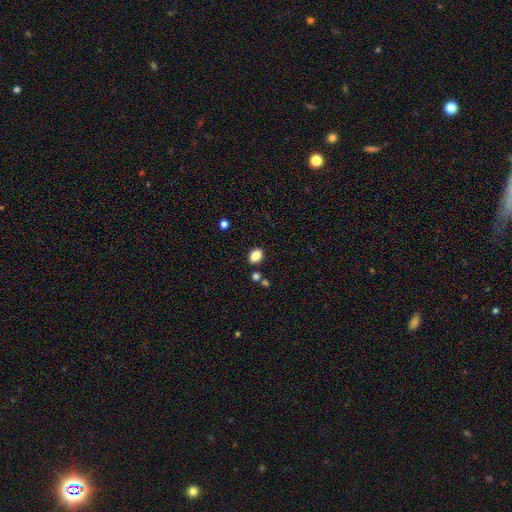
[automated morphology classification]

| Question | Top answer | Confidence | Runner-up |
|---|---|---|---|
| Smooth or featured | smooth | 86% | star or artifact (9%) |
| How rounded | in between | 76% | round (23%) |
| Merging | none | 84% | minor disturbance (9%) |